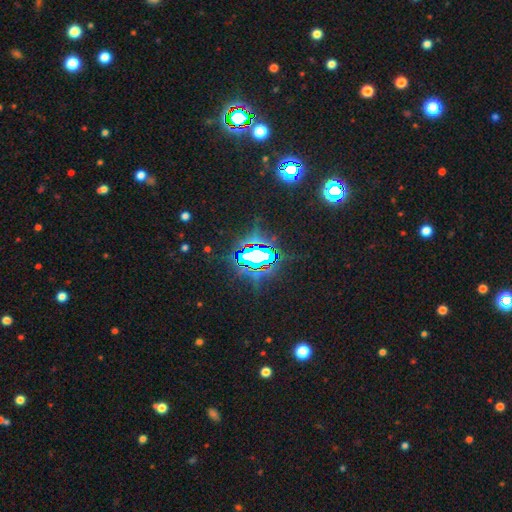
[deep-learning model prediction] Morphology: type=star or artifact (78%).